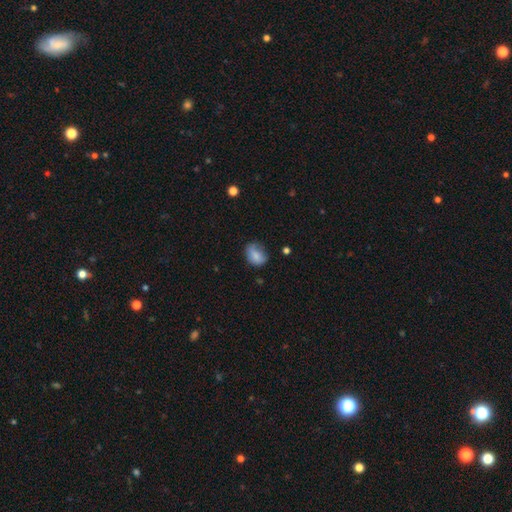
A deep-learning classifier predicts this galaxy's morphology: This appears to be a smooth galaxy with no disk features (80%) that is in between round and cigar-shaped (65%). Merging: none (56%).